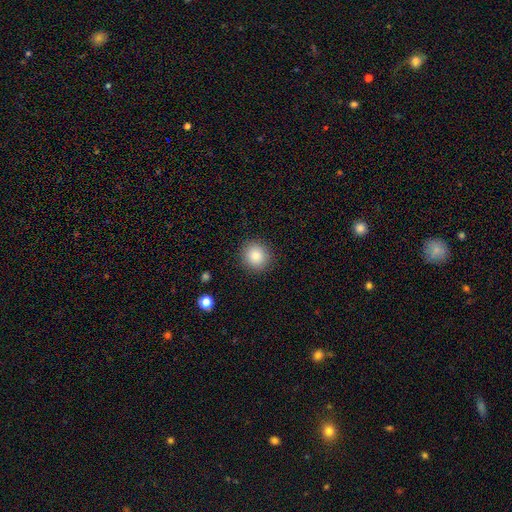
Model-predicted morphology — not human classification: A smooth galaxy with no disk features (86%) that is round (89%). Merging: none (90%).